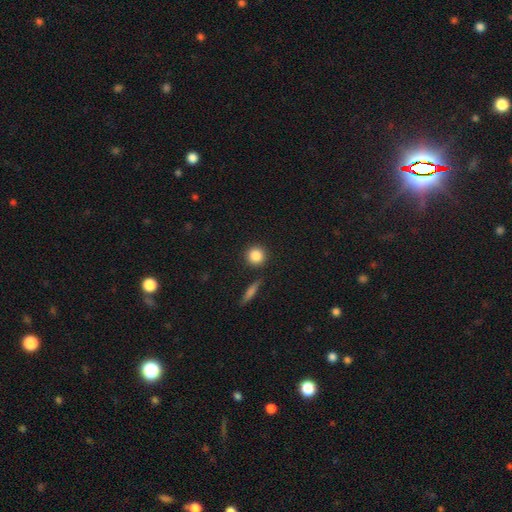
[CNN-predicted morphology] The model was most divided on "smooth or featured": smooth: 86%, star or artifact: 9%, featured or disk: 6%. More confident: how rounded — round (92%); merging — none (88%).